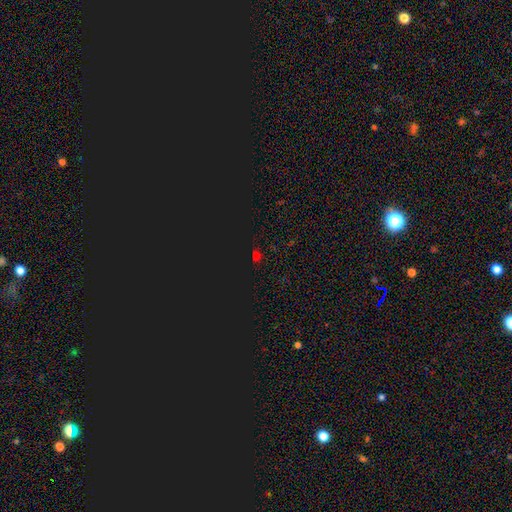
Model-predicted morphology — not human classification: star or artifact 61%, smooth 32%, featured or disk 6%.